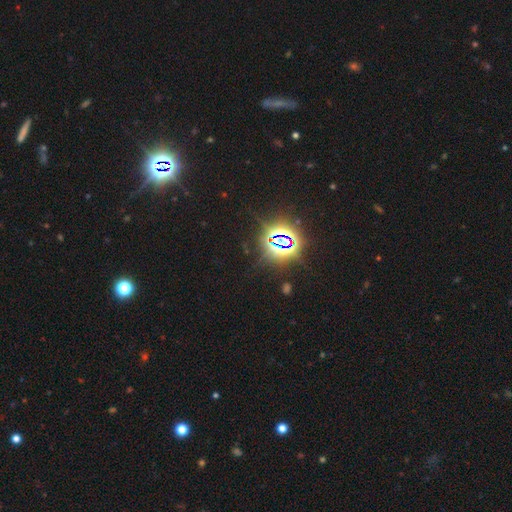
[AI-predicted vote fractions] Morphology: type=star or artifact (81%).